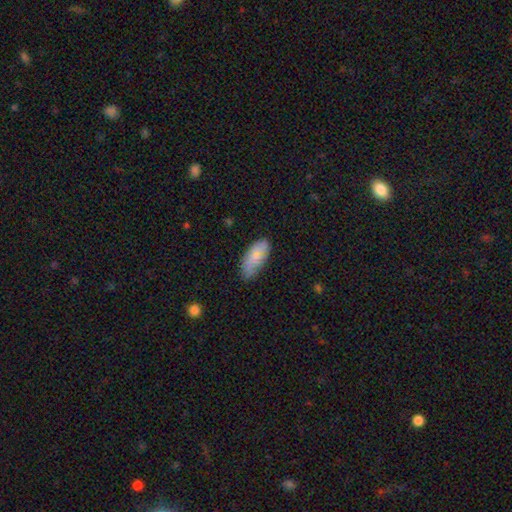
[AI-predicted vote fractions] A smooth galaxy with no disk features (79%) that is in between round and cigar-shaped (86%).

Vote fractions:
- Smooth or featured? smooth: 79% / featured or disk: 14% / star or artifact: 6%
- How rounded? in between: 86% / cigar-shaped: 12% / round: 2%
- Merging? none: 60% / minor disturbance: 31% / major disturbance: 7% / merger: 2%